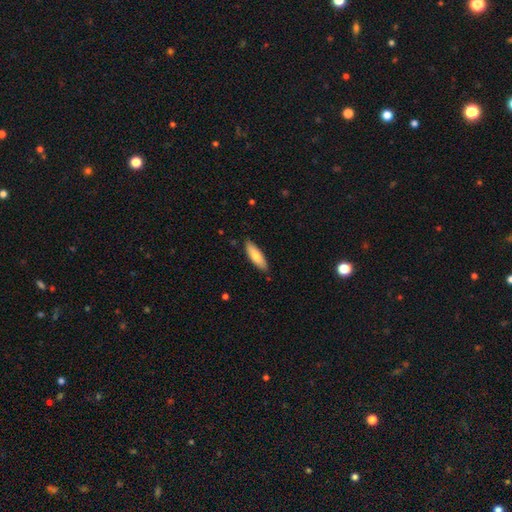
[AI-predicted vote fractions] Smooth or featured: smooth — 79% (featured or disk — 16%)
How rounded: in between — 52% (cigar-shaped — 47%)
Merging: none — 85% (minor disturbance — 12%)